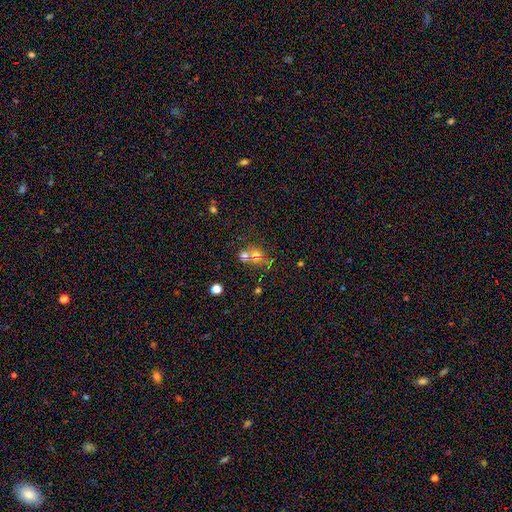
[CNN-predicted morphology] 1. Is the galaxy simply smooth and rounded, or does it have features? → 60% smooth, 22% featured or disk, 18% star or artifact.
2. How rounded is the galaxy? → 76% round, 23% in between, 1% cigar-shaped.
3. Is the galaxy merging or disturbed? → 55% merger, 33% none, 7% minor disturbance, 5% major disturbance.